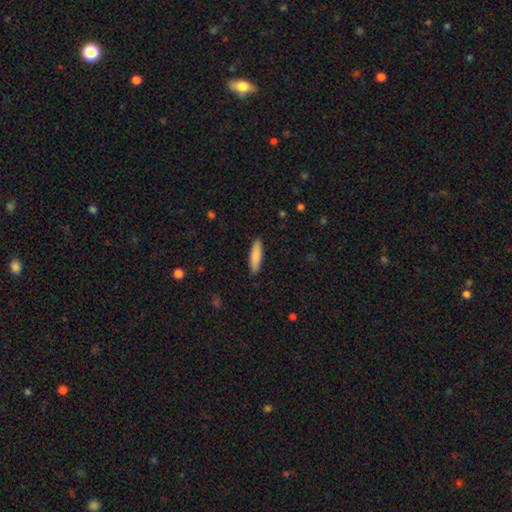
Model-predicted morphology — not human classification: Smooth or featured? Predicted: smooth (p=0.86). How rounded? Predicted: cigar-shaped (p=0.69). Merging? Predicted: none (p=0.90).